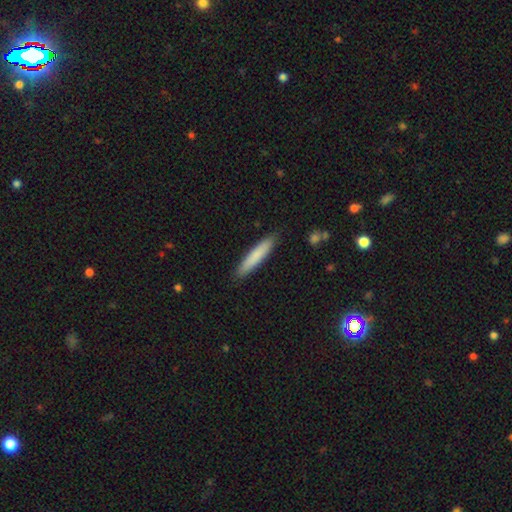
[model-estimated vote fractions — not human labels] The model was most divided on "smooth or featured": smooth: 80%, featured or disk: 14%, star or artifact: 6%. More confident: how rounded — cigar-shaped (91%); merging — none (89%).